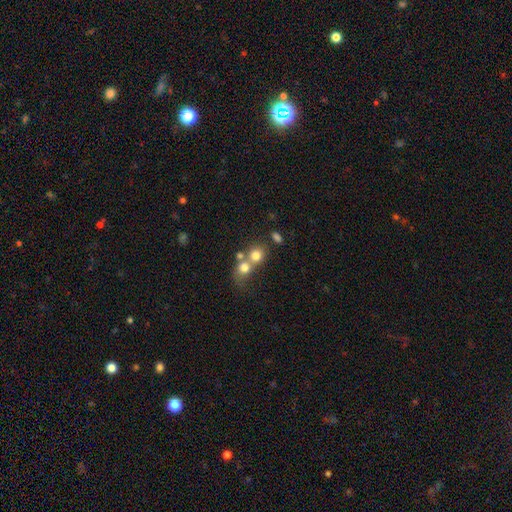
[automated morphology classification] smooth 72%, featured or disk 15%, star or artifact 12%. Down the decision tree: how rounded — round (78%); merging — merger (57%).